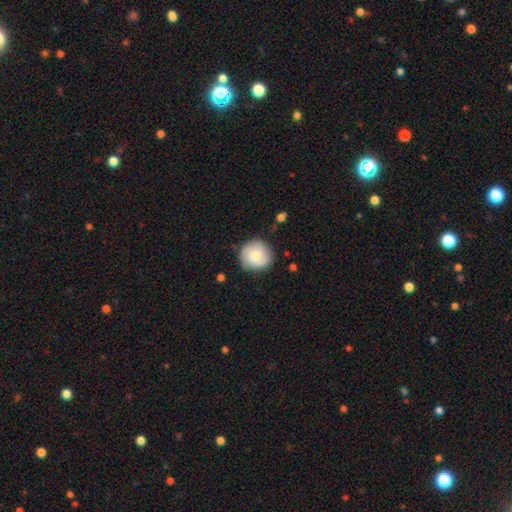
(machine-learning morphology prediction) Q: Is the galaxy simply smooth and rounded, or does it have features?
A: smooth — 71%.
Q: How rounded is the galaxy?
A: round — 92%.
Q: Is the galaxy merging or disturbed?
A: none — 82%.